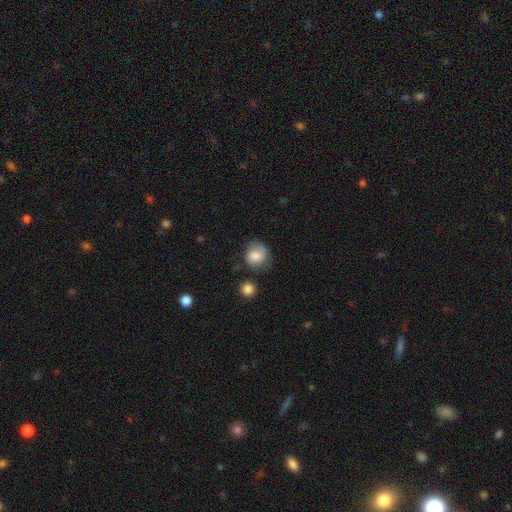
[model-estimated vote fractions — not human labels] Smooth or featured: smooth — 68% (featured or disk — 23%)
How rounded: round — 78% (in between — 21%)
Merging: none — 64% (minor disturbance — 24%)